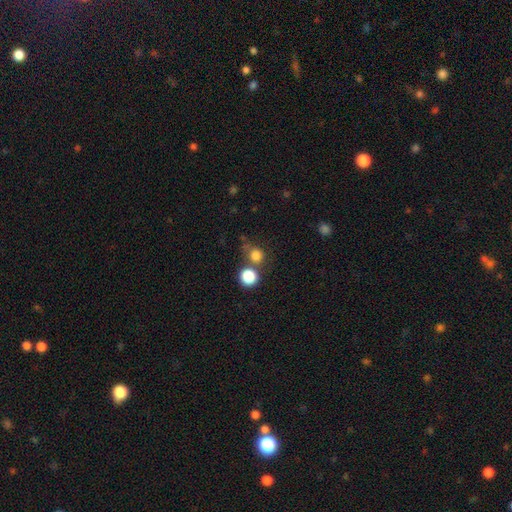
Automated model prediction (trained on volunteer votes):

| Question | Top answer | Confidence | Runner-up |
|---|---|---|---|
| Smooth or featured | smooth | 80% | star or artifact (14%) |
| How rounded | round | 86% | in between (12%) |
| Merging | none | 61% | merger (24%) |